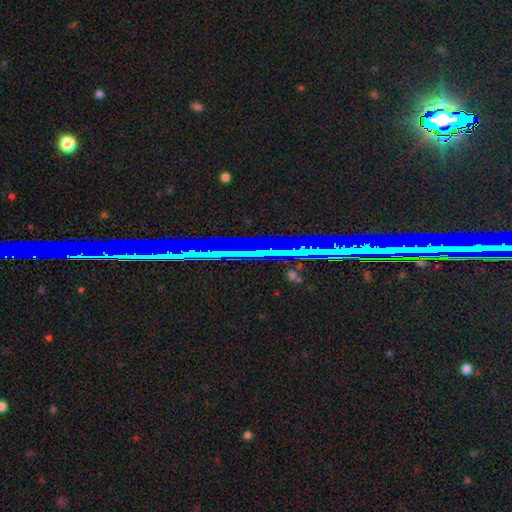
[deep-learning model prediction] smooth-or-featured: star or artifact: 83% | featured or disk: 10% | smooth: 8%